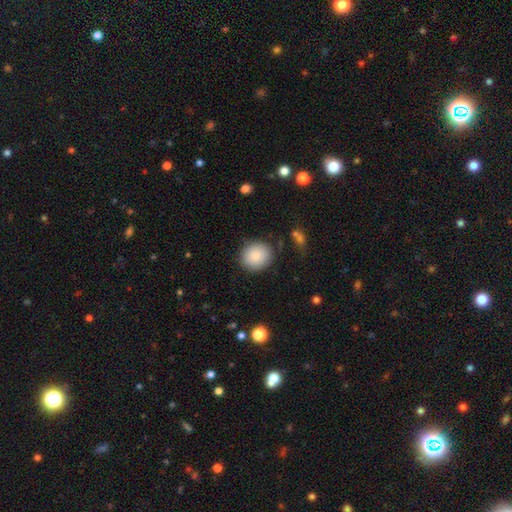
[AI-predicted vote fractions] The model was most divided on "how rounded": round: 84%, in between: 15%, cigar-shaped: 1%. More confident: merging — none (86%); smooth or featured — smooth (84%).